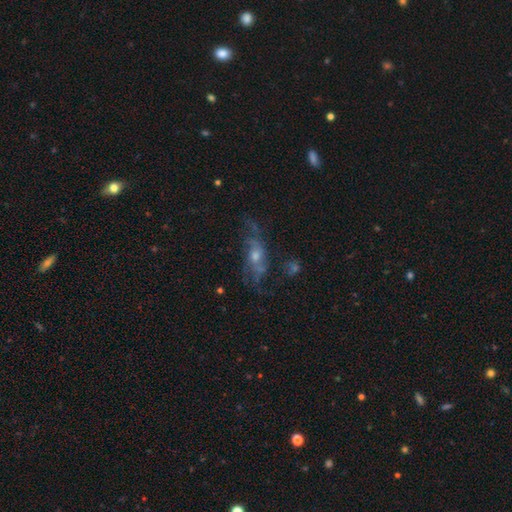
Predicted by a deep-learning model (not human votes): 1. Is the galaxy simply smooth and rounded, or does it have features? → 67% featured or disk, 18% smooth, 15% star or artifact.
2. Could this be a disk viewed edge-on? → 83% no, 17% yes.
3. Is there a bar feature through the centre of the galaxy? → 73% no, 22% weak, 5% strong.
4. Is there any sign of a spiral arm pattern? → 77% yes, 23% no.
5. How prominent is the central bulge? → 52% moderate, 36% small, 6% large, 4% none, 2% dominant.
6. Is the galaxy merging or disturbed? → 59% none, 19% minor disturbance, 18% major disturbance, 4% merger.